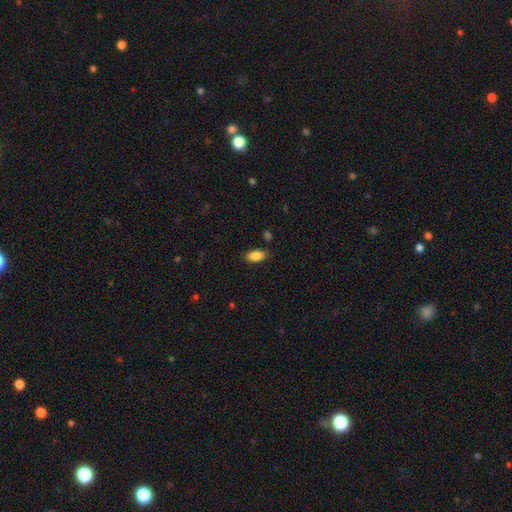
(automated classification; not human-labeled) smooth 87%, star or artifact 8%, featured or disk 5%. Down the decision tree: how rounded — in between (92%); merging — none (84%).